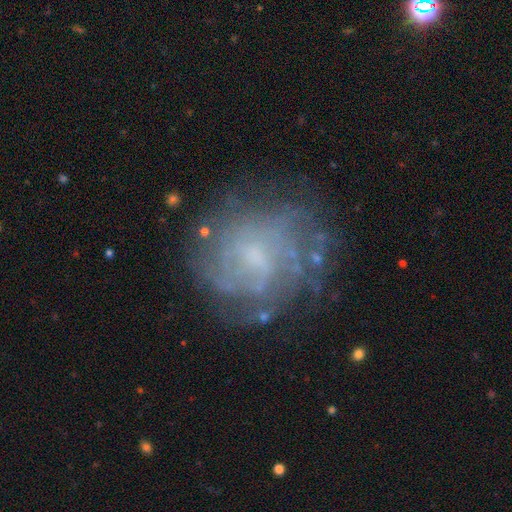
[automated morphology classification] The model was most divided on "bar": no: 52%, weak: 41%, strong: 6%. Remaining: edge-on disk — no (98%); spiral arms — yes (79%); smooth or featured — featured or disk (73%); merging — none (70%); spiral winding — tight (55%); spiral arm count — can't tell (54%); bulge size — small (46%).